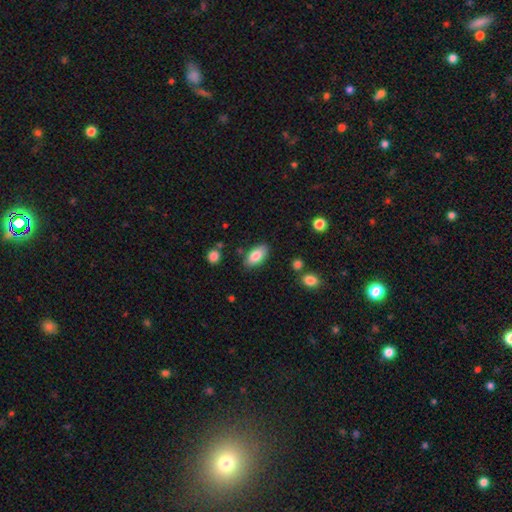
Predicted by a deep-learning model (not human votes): A smooth galaxy with no disk features (83%) that is in between round and cigar-shaped (92%).

Vote fractions:
- Smooth or featured? smooth: 83% / featured or disk: 10% / star or artifact: 7%
- How rounded? in between: 92% / cigar-shaped: 5% / round: 3%
- Merging? none: 82% / minor disturbance: 13% / merger: 3% / major disturbance: 3%